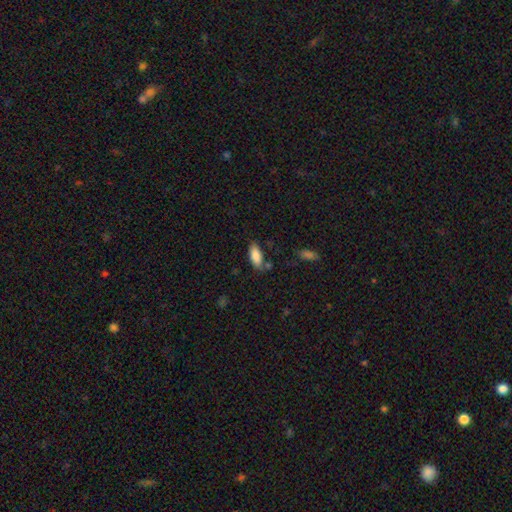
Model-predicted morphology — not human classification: type=smooth (86%); roundness=in between (85%); merging=none (75%).